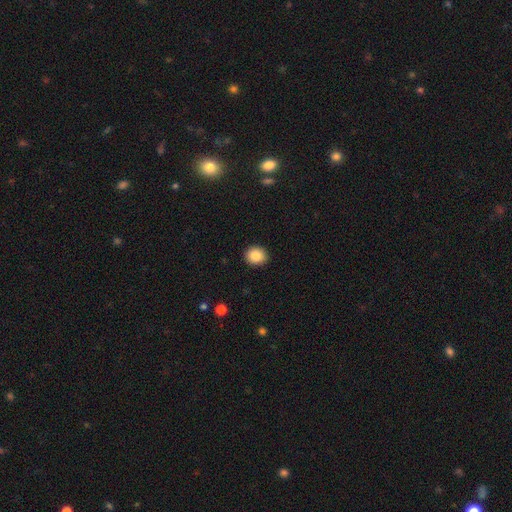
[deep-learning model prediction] A smooth galaxy with no disk features (85%) that is round (76%).

Vote fractions:
- Smooth or featured? smooth: 85% / star or artifact: 9% / featured or disk: 6%
- How rounded? round: 76% / in between: 23% / cigar-shaped: 1%
- Merging? none: 91% / minor disturbance: 6% / major disturbance: 2% / merger: 1%